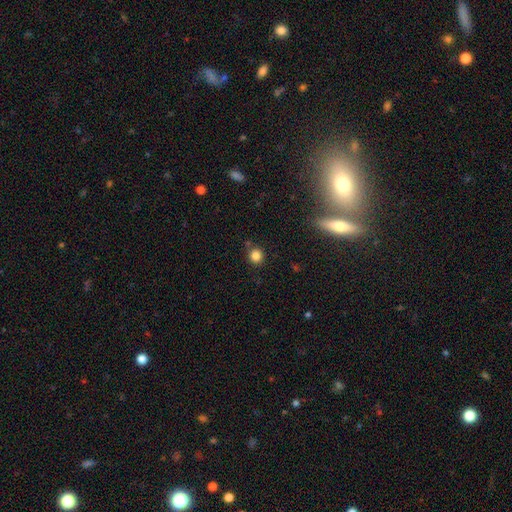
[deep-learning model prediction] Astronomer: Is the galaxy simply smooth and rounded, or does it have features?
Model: smooth — 83%.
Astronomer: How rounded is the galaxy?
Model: round — 89%.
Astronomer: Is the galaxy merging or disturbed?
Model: none — 82%.